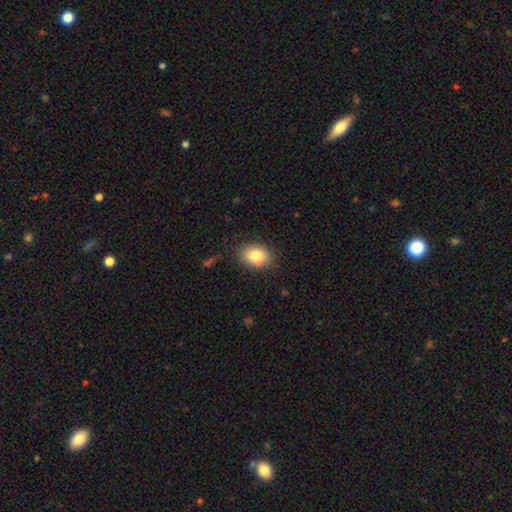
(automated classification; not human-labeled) This is likely a smooth galaxy (80%). How rounded: likely in between (70%). Merging: likely none (77%).